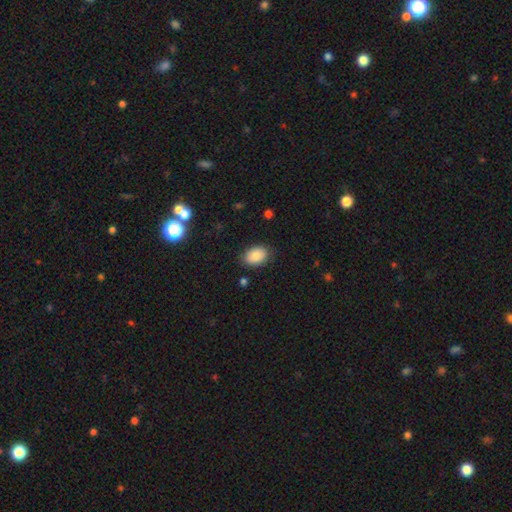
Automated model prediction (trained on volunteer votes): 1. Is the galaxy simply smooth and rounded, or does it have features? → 87% smooth, 8% star or artifact, 5% featured or disk.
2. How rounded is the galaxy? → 85% in between, 14% round, 1% cigar-shaped.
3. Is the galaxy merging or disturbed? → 85% none, 11% minor disturbance, 3% major disturbance, 1% merger.